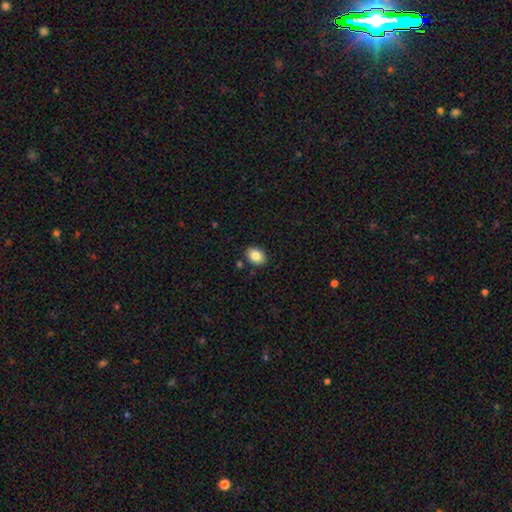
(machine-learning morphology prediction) smooth-or-featured: smooth: 86% | star or artifact: 8% | featured or disk: 6%
  how-rounded: in between: 73% | round: 26% | cigar-shaped: 1%
  merging: none: 86% | minor disturbance: 9% | merger: 3% | major disturbance: 2%